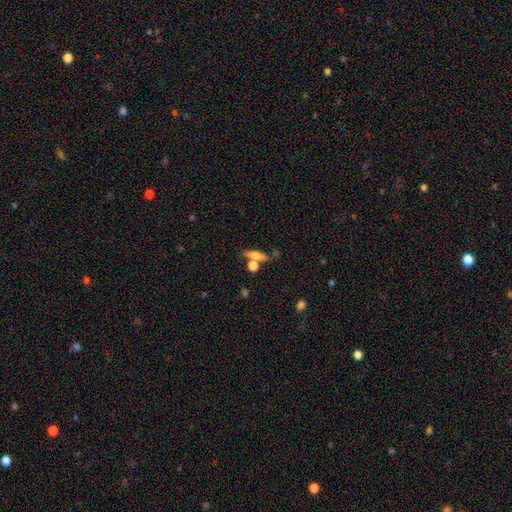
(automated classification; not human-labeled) Smooth or featured: smooth — 62% (featured or disk — 29%)
How rounded: cigar-shaped — 70% (in between — 24%)
Merging: none — 65% (merger — 19%)